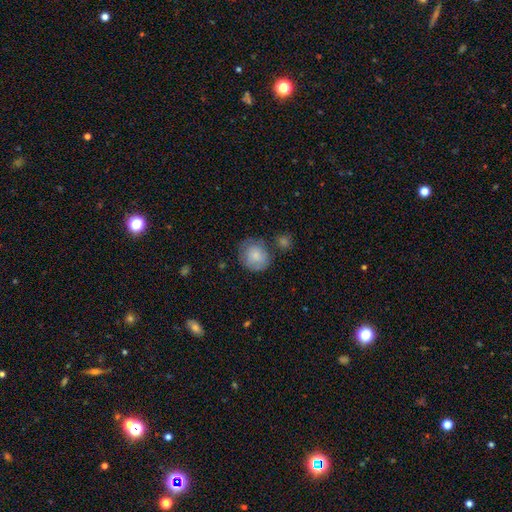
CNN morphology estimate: smooth-or-featured: smooth: 80% | featured or disk: 13% | star or artifact: 7%
  how-rounded: round: 78% | in between: 21% | cigar-shaped: 1%
  merging: none: 62% | minor disturbance: 22% | merger: 8% | major disturbance: 7%